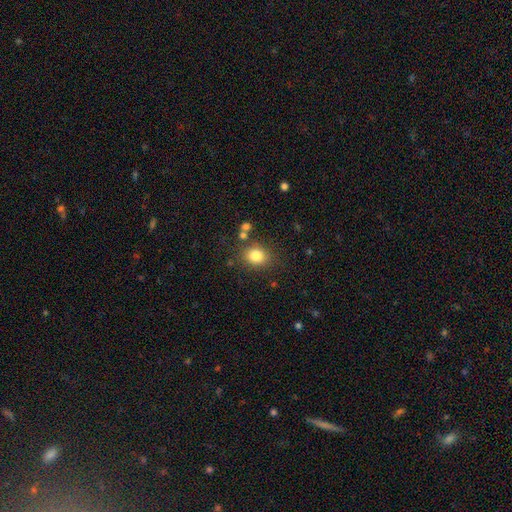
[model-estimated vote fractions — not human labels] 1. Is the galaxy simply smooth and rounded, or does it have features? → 81% smooth, 11% star or artifact, 7% featured or disk.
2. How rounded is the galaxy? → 58% round, 41% in between, 1% cigar-shaped.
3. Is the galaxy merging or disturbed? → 79% none, 11% minor disturbance, 5% merger, 4% major disturbance.